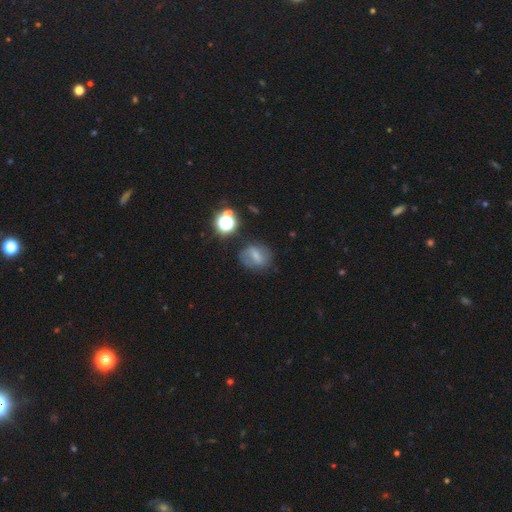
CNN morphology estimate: This is possibly a smooth galaxy (52%). How rounded: possibly in between (49%). Merging: likely none (68%).